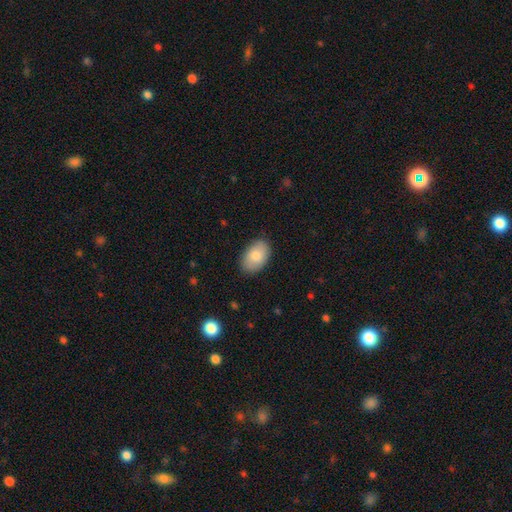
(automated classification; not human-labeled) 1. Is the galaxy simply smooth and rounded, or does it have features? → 81% smooth, 12% featured or disk, 6% star or artifact.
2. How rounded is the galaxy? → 91% in between, 8% round, 1% cigar-shaped.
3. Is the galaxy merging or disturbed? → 85% none, 11% minor disturbance, 2% major disturbance, 1% merger.